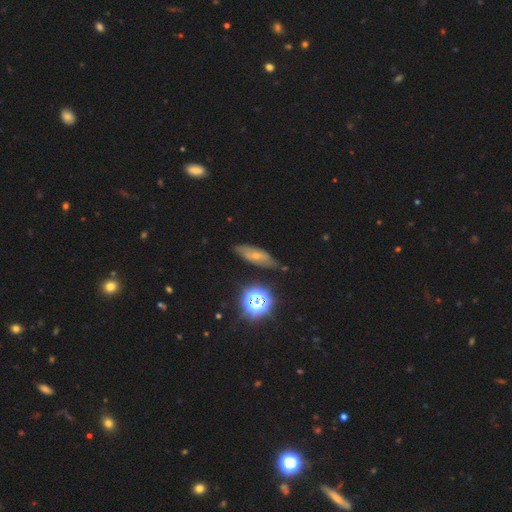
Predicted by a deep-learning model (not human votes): Overall: smooth (43%; featured or disk 38%). Merging: none (71%).